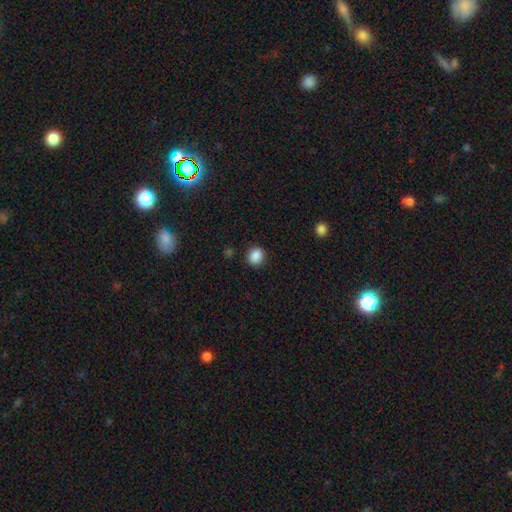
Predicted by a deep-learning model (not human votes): Q: Smooth or featured?
A: smooth (87%); runner-up: star or artifact (10%)
Q: How rounded?
A: round (79%); runner-up: in between (20%)
Q: Merging?
A: none (89%); runner-up: minor disturbance (8%)